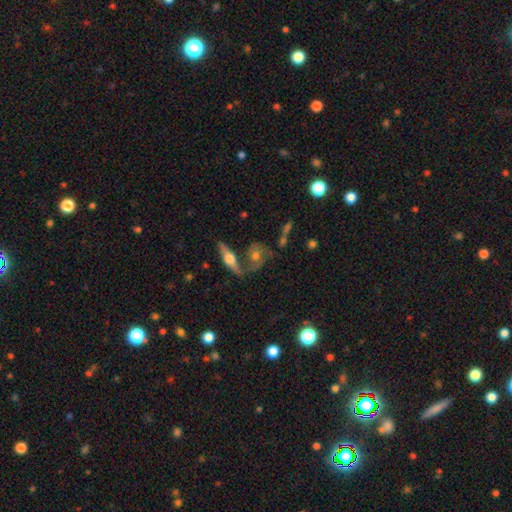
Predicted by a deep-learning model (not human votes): A featured or disk galaxy (62%).

Vote fractions:
- Smooth or featured? featured or disk: 62% / smooth: 28% / star or artifact: 10%
- Edge-on disk? no: 64% / yes: 36%
- Merging? none: 49% / merger: 26% / minor disturbance: 15% / major disturbance: 10%